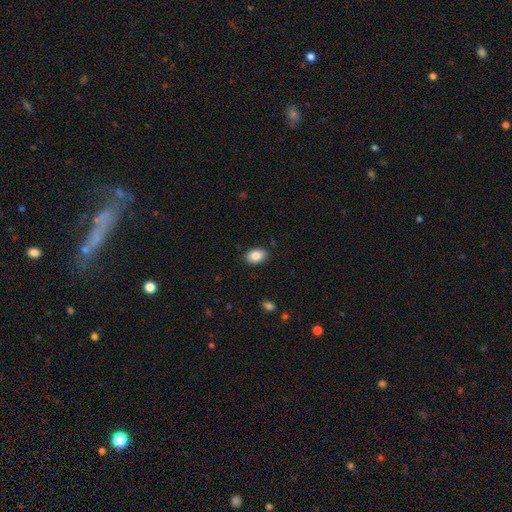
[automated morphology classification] Smooth or featured: smooth — 87% (star or artifact — 8%)
How rounded: in between — 87% (round — 12%)
Merging: none — 87% (minor disturbance — 10%)